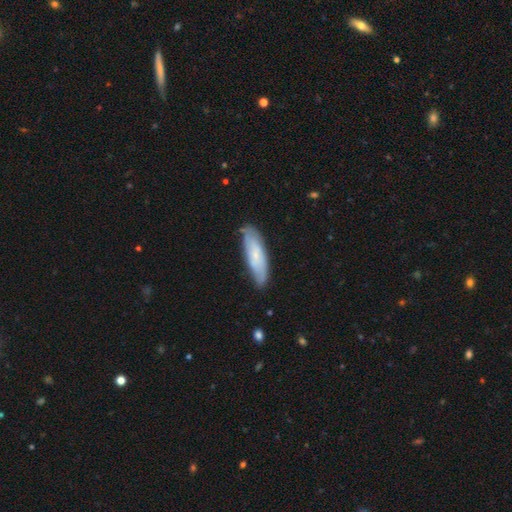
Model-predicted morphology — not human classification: This appears to be a smooth galaxy with no disk features (58%) that is cigar-shaped (57%). Merging: none (76%).